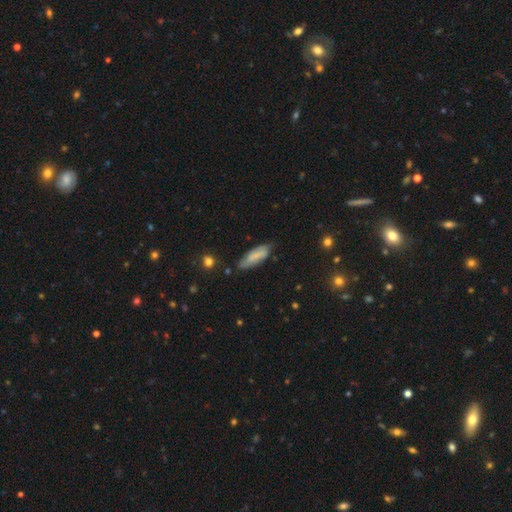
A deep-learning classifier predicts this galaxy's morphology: smooth_or_featured: smooth (p=0.71) [alt: featured or disk p=0.22]
how_rounded: in between (p=0.56) [alt: cigar-shaped p=0.42]
merging: none (p=0.69) [alt: minor disturbance p=0.24]